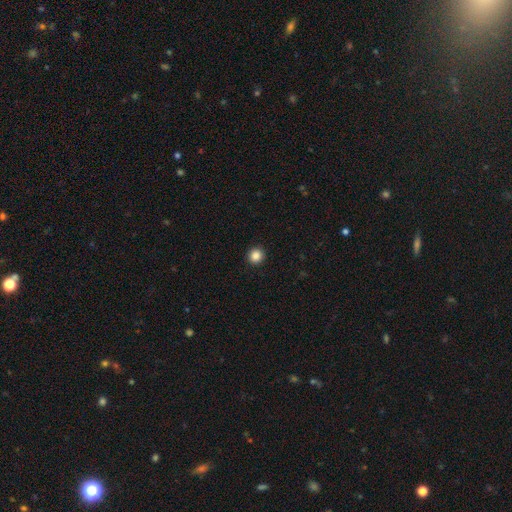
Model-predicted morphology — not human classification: A smooth galaxy with no disk features (86%) that is round (92%). Merging: none (93%).